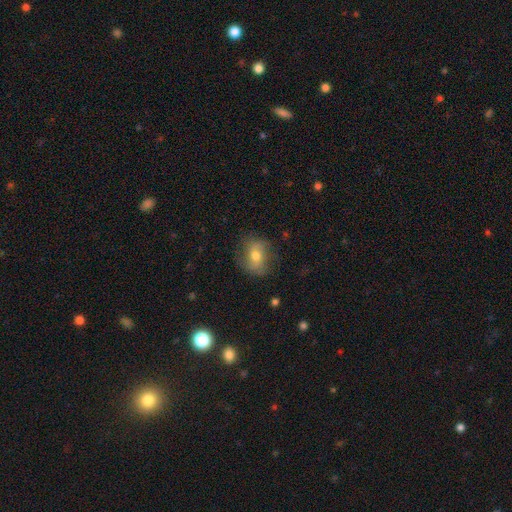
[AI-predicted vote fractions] Morphology: type=smooth (52%); roundness=in between (51%); merging=none (71%).